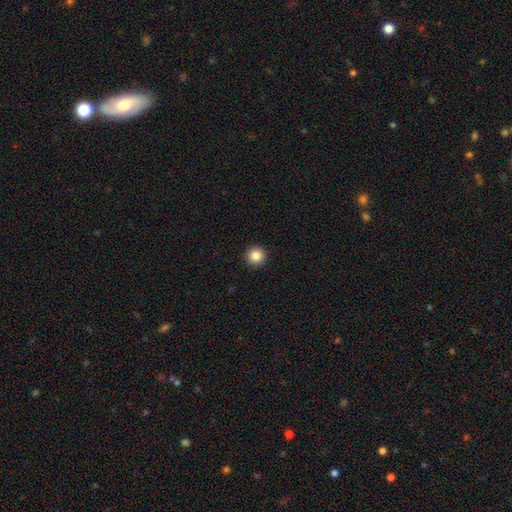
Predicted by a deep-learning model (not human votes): Smooth or featured: smooth — 86% (star or artifact — 10%)
How rounded: round — 96% (in between — 3%)
Merging: none — 93% (minor disturbance — 4%)